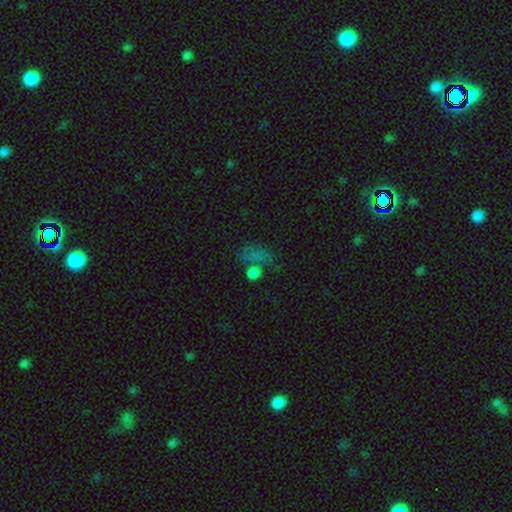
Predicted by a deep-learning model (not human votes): Morphology: type=smooth (59%); roundness=in between (57%); merging=none (46%).